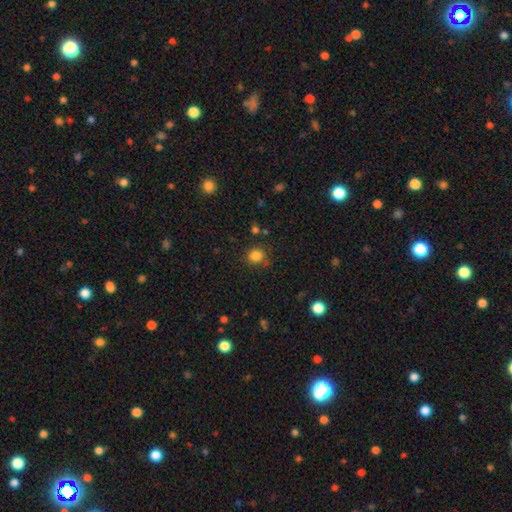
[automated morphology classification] smooth 82%, star or artifact 13%, featured or disk 4%. Down the decision tree: how rounded — round (82%); merging — none (79%).